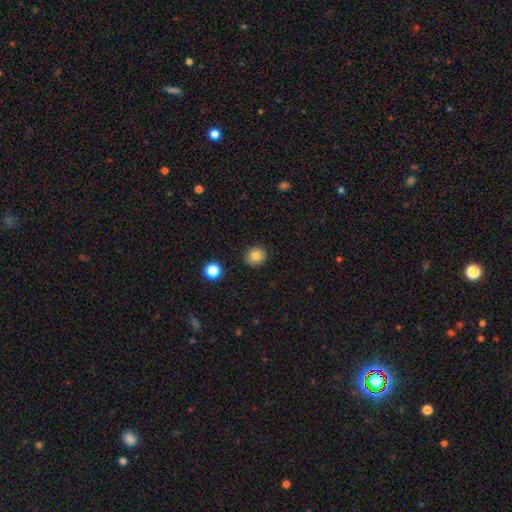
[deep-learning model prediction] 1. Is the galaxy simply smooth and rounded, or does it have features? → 81% smooth, 10% star or artifact, 9% featured or disk.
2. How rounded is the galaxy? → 84% round, 15% in between, 1% cigar-shaped.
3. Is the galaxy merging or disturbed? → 90% none, 7% minor disturbance, 2% major disturbance, 1% merger.